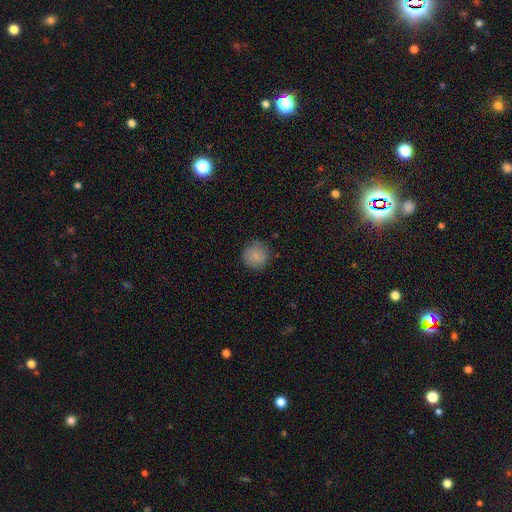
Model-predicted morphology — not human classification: smooth-or-featured: smooth: 85% | star or artifact: 8% | featured or disk: 6%
  how-rounded: round: 94% | in between: 5% | cigar-shaped: 1%
  merging: none: 86% | minor disturbance: 11% | major disturbance: 2% | merger: 1%